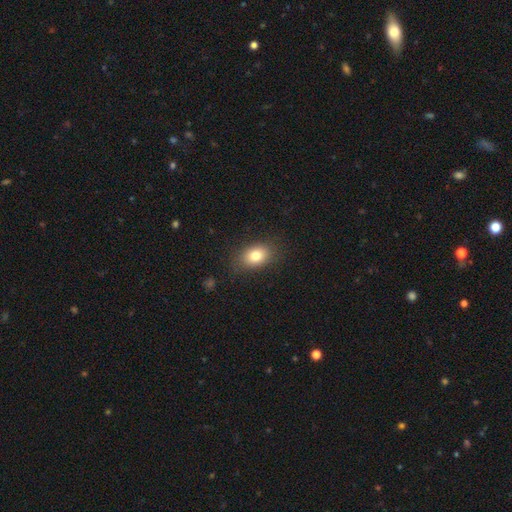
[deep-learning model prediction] Smooth or featured? smooth (80%)
How rounded? in between (79%)
Merging? none (83%)